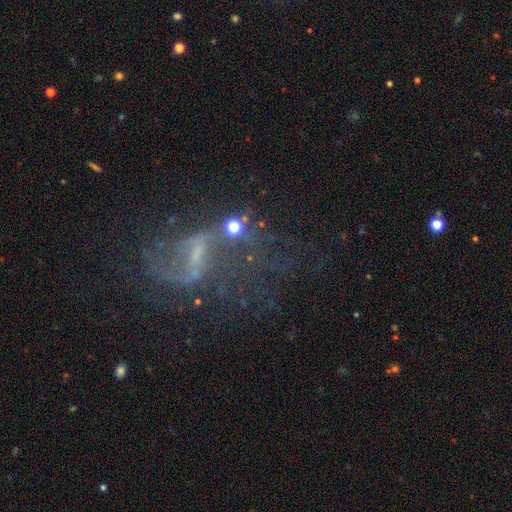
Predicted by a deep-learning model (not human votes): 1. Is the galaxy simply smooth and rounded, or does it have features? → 66% featured or disk, 21% star or artifact, 13% smooth.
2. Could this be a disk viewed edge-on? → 94% no, 6% yes.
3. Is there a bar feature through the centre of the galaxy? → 40% weak, 30% strong, 30% no.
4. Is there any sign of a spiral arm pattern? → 61% yes, 39% no.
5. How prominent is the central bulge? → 50% small, 35% none, 12% moderate, 2% large, 1% dominant.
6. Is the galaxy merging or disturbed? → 38% none, 36% major disturbance, 16% minor disturbance, 11% merger.